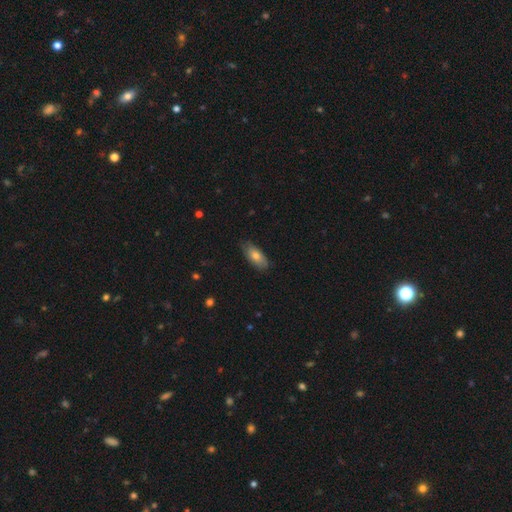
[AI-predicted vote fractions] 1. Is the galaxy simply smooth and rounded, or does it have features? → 73% smooth, 21% featured or disk, 6% star or artifact.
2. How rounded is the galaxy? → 86% in between, 11% cigar-shaped, 3% round.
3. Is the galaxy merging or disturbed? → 79% none, 18% minor disturbance, 3% major disturbance, 1% merger.